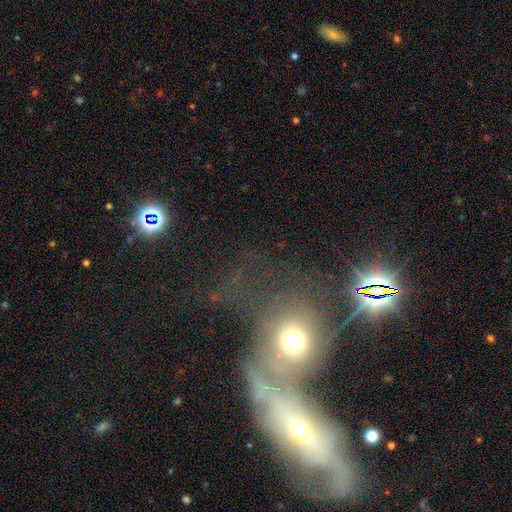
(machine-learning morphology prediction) Smooth or featured?
  - star or artifact: 37% * (tied)
  - smooth: 37% * (tied)
  - featured or disk: 25%